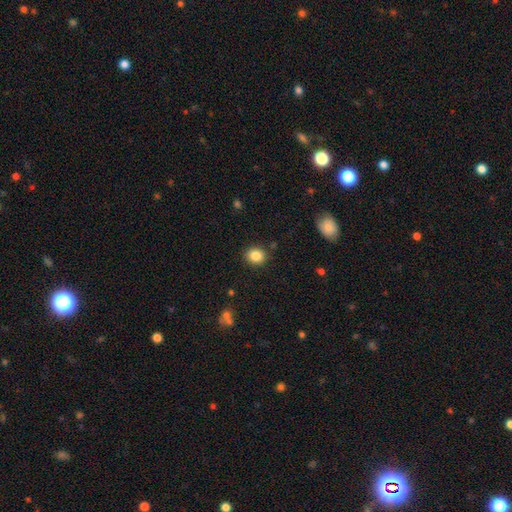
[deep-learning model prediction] Smooth or featured?
  - smooth: 85% *
  - star or artifact: 9%
  - featured or disk: 5%
How rounded?
  - round: 74% *
  - in between: 25%
  - cigar-shaped: 1%
Merging?
  - none: 88% *
  - minor disturbance: 8%
  - major disturbance: 2%
  - merger: 2%